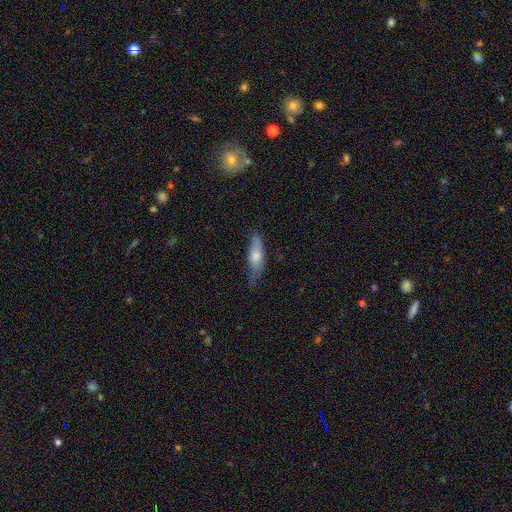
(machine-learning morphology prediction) Smooth or featured: smooth — 60% (featured or disk — 33%)
How rounded: cigar-shaped — 55% (in between — 42%)
Merging: none — 67% (minor disturbance — 26%)